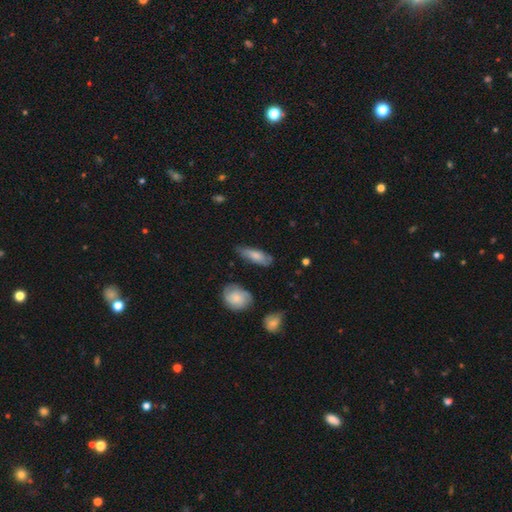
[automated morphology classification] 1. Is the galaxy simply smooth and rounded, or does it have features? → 65% smooth, 29% featured or disk, 6% star or artifact.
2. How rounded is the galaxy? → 60% in between, 37% cigar-shaped, 3% round.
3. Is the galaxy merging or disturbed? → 63% none, 27% minor disturbance, 7% major disturbance, 3% merger.